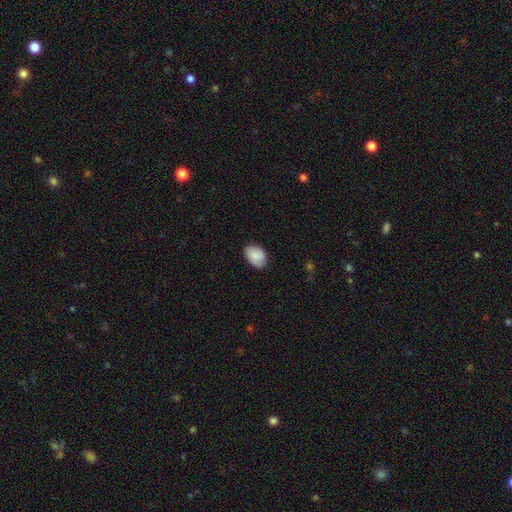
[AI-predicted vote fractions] Overall: smooth (81%). How rounded: in between (81%). Merging: none (77%).